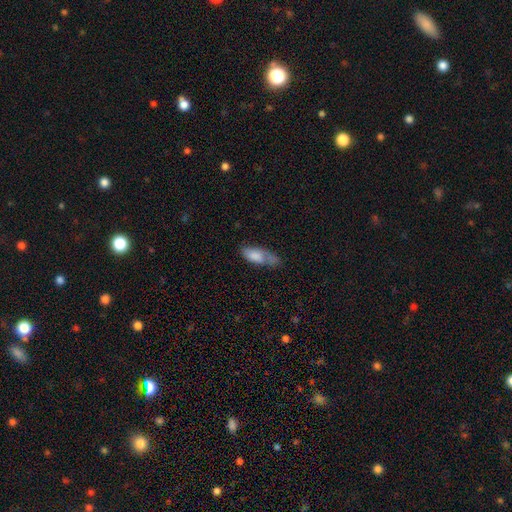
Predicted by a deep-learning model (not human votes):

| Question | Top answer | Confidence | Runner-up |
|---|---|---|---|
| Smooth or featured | smooth | 74% | featured or disk (19%) |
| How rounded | in between | 75% | cigar-shaped (23%) |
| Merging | none | 42% | minor disturbance (34%) |